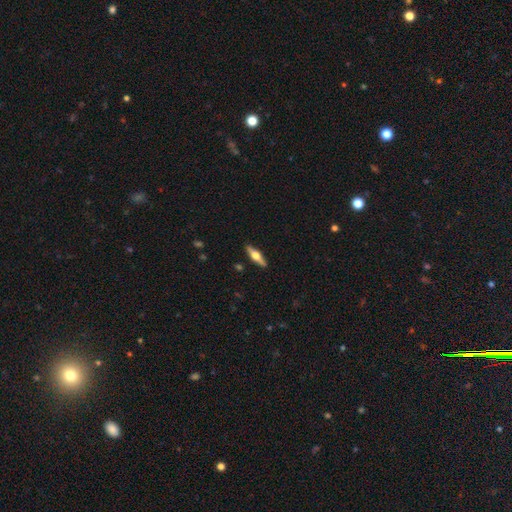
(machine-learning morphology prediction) smooth_or_featured: featured or disk (p=0.58) [alt: smooth p=0.37]
disk_edge_on: yes (p=0.94) [alt: no p=0.06]
edge_on_bulge: rounded (p=0.94) [alt: boxy p=0.04]
merging: none (p=0.90) [alt: minor disturbance p=0.07]